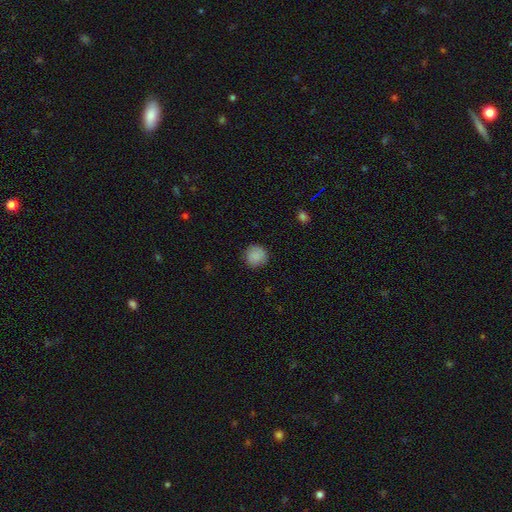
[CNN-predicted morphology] This is clearly a smooth galaxy (86%). How rounded: clearly round (92%). Merging: clearly none (86%).